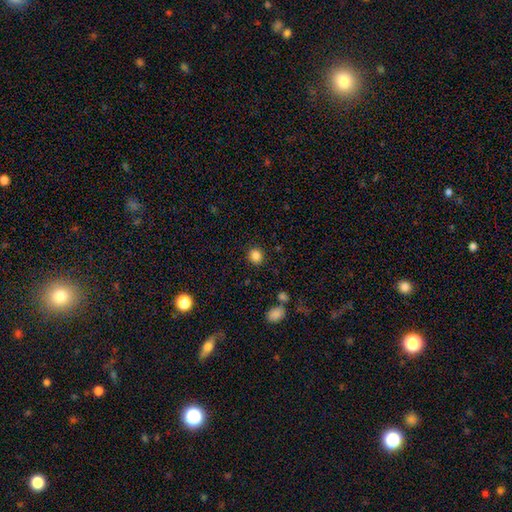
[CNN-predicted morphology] Overall: smooth (86%). How rounded: round (77%). Merging: none (88%).